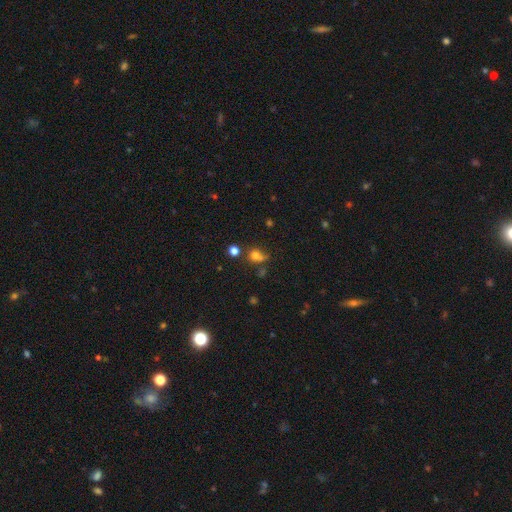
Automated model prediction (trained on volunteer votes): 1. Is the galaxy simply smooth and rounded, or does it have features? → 70% smooth, 21% star or artifact, 9% featured or disk.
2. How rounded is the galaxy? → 80% round, 19% in between, 1% cigar-shaped.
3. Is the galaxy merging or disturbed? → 55% none, 25% merger, 13% minor disturbance, 7% major disturbance.